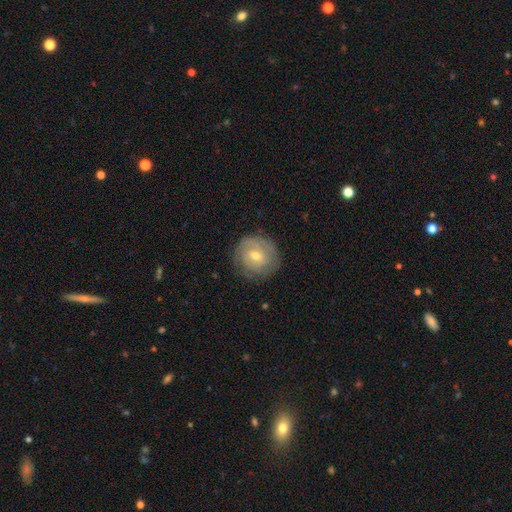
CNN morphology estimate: Q: Smooth or featured?
A: featured or disk (63%); runner-up: smooth (31%)
Q: Edge-on disk?
A: no (97%); runner-up: yes (3%)
Q: Bar?
A: weak (48%); runner-up: no (42%)
Q: Spiral arms?
A: yes (79%); runner-up: no (21%)
Q: Bulge size?
A: moderate (54%); runner-up: small (42%)
Q: Merging?
A: none (79%); runner-up: minor disturbance (15%)